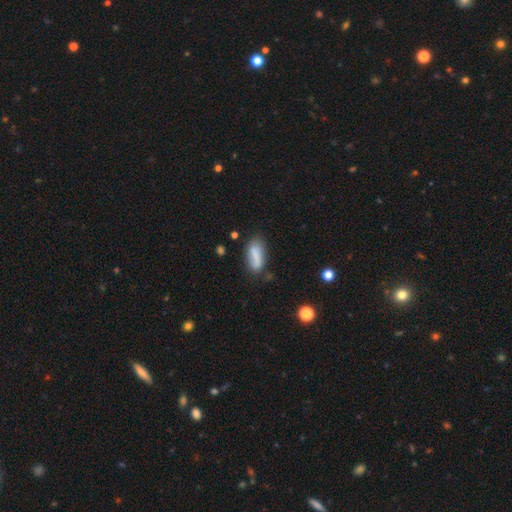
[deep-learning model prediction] A smooth galaxy with no disk features (75%) that is in between round and cigar-shaped (80%).

Vote fractions:
- Smooth or featured? smooth: 75% / featured or disk: 17% / star or artifact: 8%
- How rounded? in between: 80% / cigar-shaped: 18% / round: 3%
- Merging? none: 59% / minor disturbance: 26% / major disturbance: 8% / merger: 7%